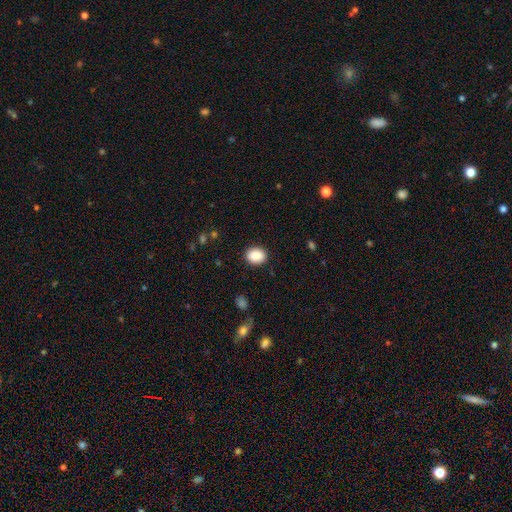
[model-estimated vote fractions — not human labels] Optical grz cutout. It shows a smooth galaxy with no disk features (89%) that is in between round and cigar-shaped (56%). Merging: none (89%).